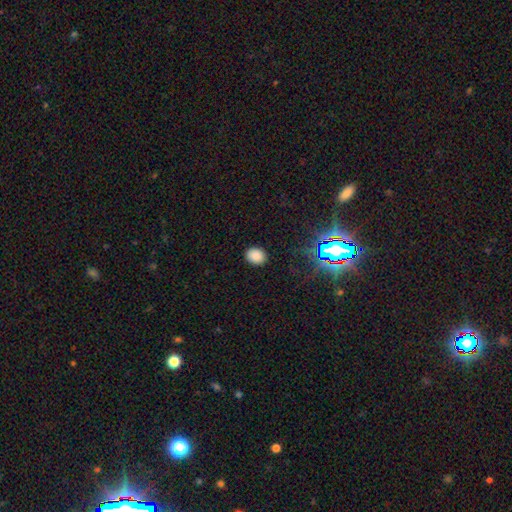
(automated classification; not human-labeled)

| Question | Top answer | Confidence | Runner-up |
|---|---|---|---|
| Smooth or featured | smooth | 82% | star or artifact (14%) |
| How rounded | in between | 51% | round (48%) |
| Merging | none | 87% | minor disturbance (9%) |